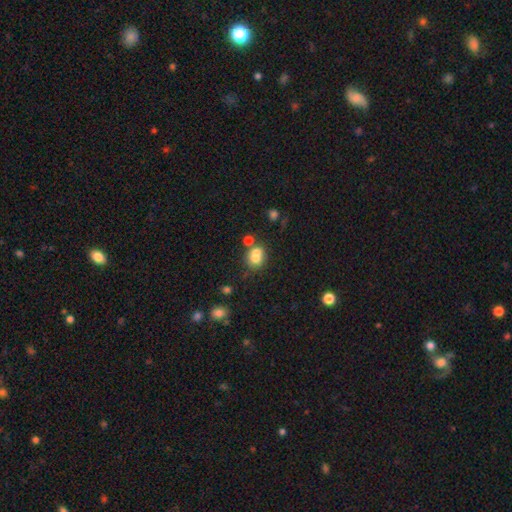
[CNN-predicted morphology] smooth-or-featured: smooth: 73% | featured or disk: 15% | star or artifact: 12%
  how-rounded: round: 61% | in between: 38% | cigar-shaped: 1%
  merging: merger: 46% | none: 37% | minor disturbance: 11% | major disturbance: 5%